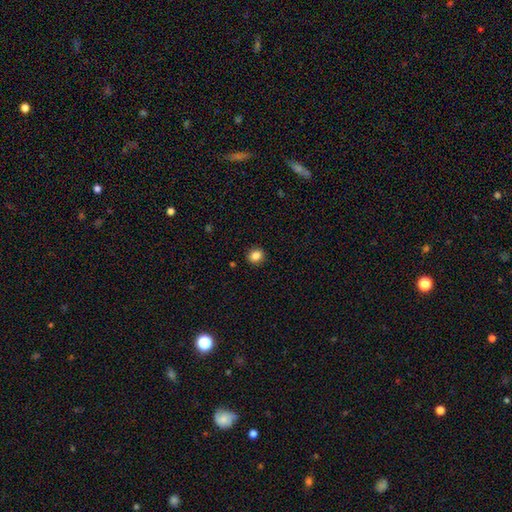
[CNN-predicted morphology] smooth_or_featured: smooth (p=0.85) [alt: star or artifact p=0.11]
how_rounded: round (p=0.78) [alt: in between p=0.21]
merging: none (p=0.91) [alt: minor disturbance p=0.06]